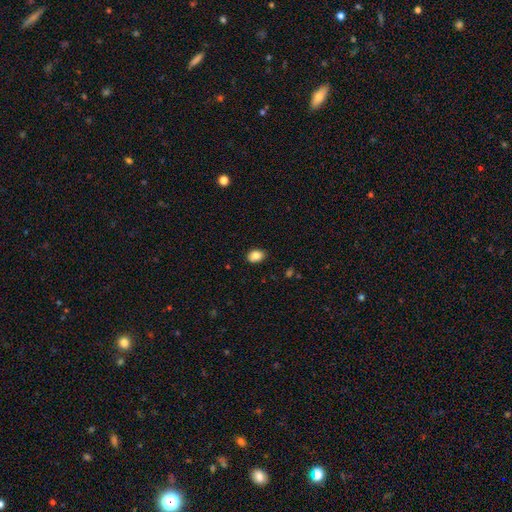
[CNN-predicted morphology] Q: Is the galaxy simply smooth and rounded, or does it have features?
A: smooth — 85%.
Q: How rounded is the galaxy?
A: in between — 74%.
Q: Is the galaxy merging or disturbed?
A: none — 85%.